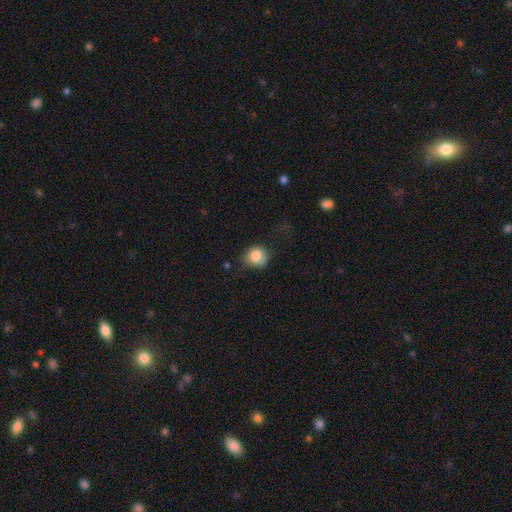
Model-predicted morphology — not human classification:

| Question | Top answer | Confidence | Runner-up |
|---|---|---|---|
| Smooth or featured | smooth | 81% | featured or disk (10%) |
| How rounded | round | 77% | in between (23%) |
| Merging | none | 53% | minor disturbance (29%) |